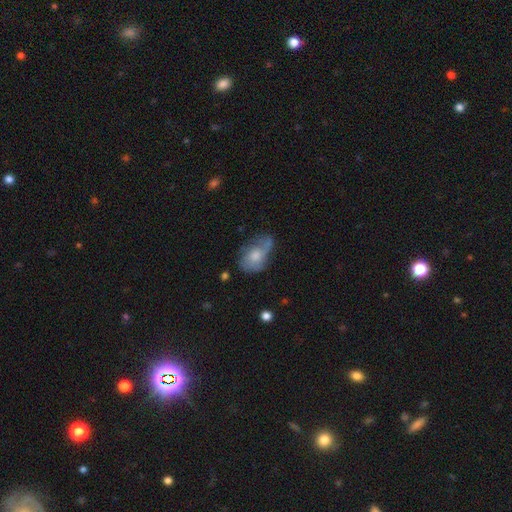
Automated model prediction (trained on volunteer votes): smooth_or_featured: smooth (p=0.53) [alt: featured or disk p=0.39]
how_rounded: in between (p=0.82) [alt: round p=0.17]
merging: none (p=0.34) [alt: minor disturbance p=0.32]